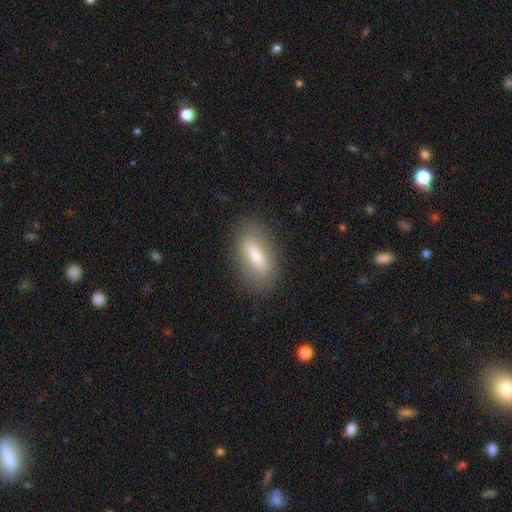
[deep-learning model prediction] smooth 65%, featured or disk 27%, star or artifact 8%. Down the decision tree: how rounded — in between (71%); merging — none (84%).